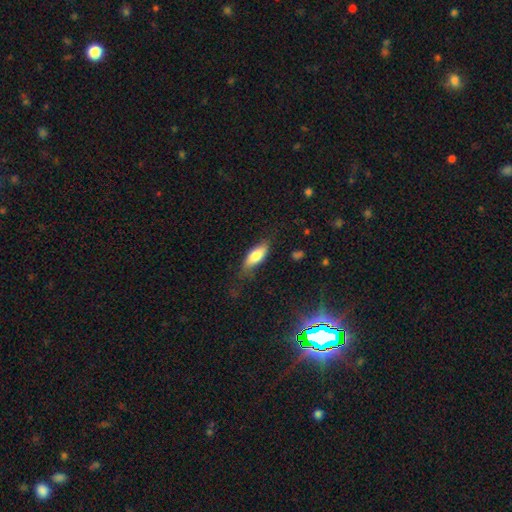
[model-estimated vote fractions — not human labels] Overall: smooth (73%). How rounded: in between (76%). Merging: none (67%).